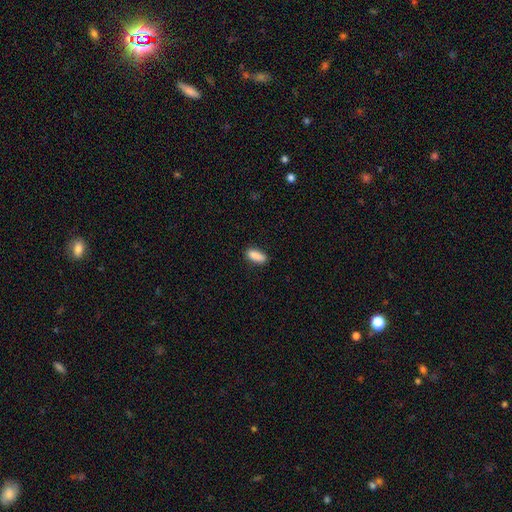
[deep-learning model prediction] Overall: smooth (89%). How rounded: in between (79%). Merging: none (86%).